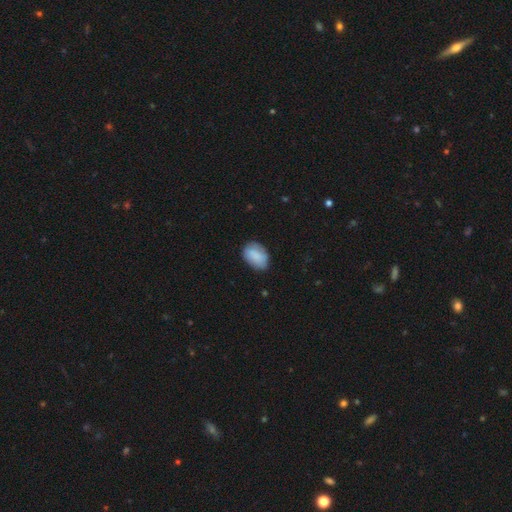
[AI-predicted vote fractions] Morphology: type=smooth (84%); roundness=in between (85%); merging=none (73%).